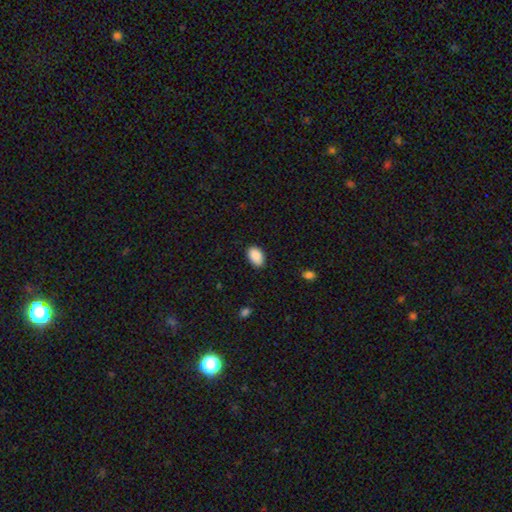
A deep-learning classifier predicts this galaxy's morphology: Smooth or featured: smooth — 90% (star or artifact — 7%)
How rounded: in between — 90% (round — 9%)
Merging: none — 85% (minor disturbance — 12%)